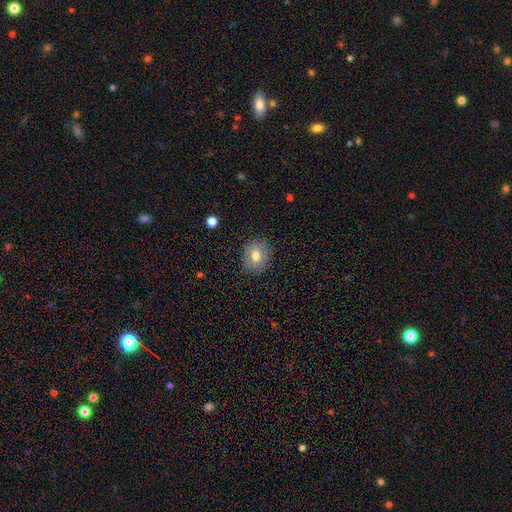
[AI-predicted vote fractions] Smooth or featured? Predicted: smooth (p=0.70). How rounded? Predicted: round (p=0.66). Merging? Predicted: none (p=0.85).